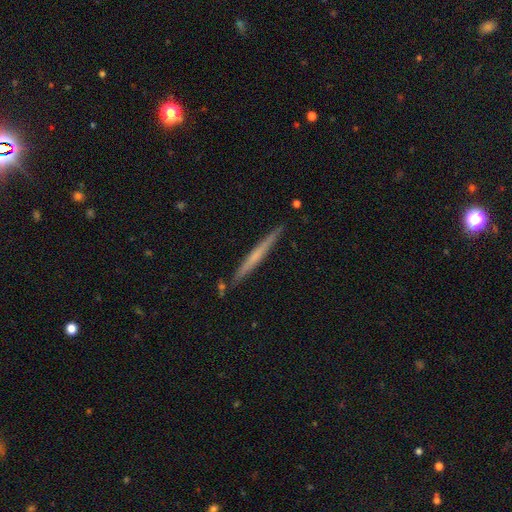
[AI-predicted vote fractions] This is possibly a featured or disk galaxy (51%). It is clearly viewed edge-on (97%). Edge-on bulge: likely none (78%). Merging: clearly none (89%).